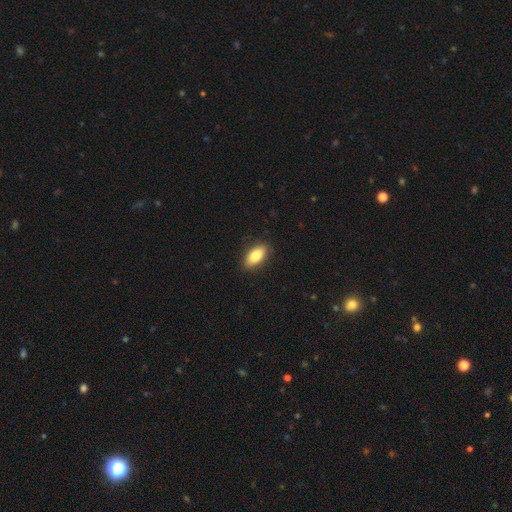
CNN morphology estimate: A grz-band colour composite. It shows a smooth galaxy with no disk features (83%) that is in between round and cigar-shaped (89%). Merging: none (88%).